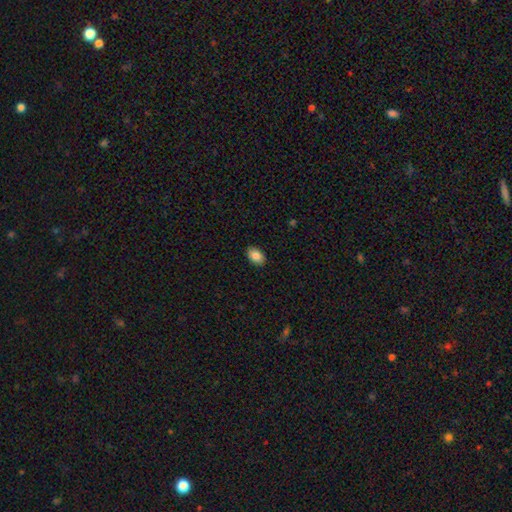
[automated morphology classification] A smooth galaxy with no disk features (87%) that is in between round and cigar-shaped (86%). Merging: none (89%).